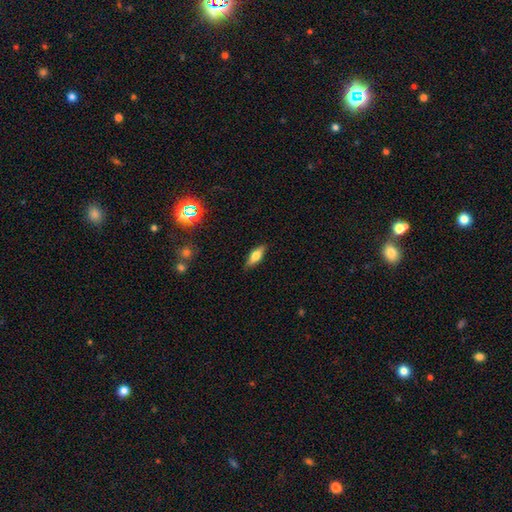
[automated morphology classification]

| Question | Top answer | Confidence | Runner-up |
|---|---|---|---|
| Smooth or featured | smooth | 60% | featured or disk (32%) |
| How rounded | in between | 60% | cigar-shaped (37%) |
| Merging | none | 87% | minor disturbance (10%) |